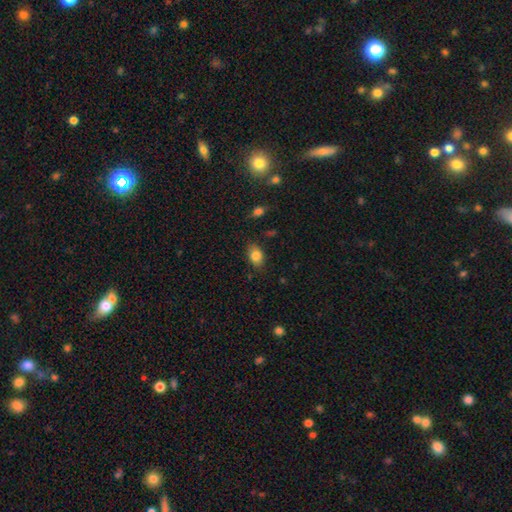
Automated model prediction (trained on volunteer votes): The model was most divided on "how rounded": in between: 79%, round: 19%, cigar-shaped: 2%. More confident: smooth or featured — smooth (83%); merging — none (79%).